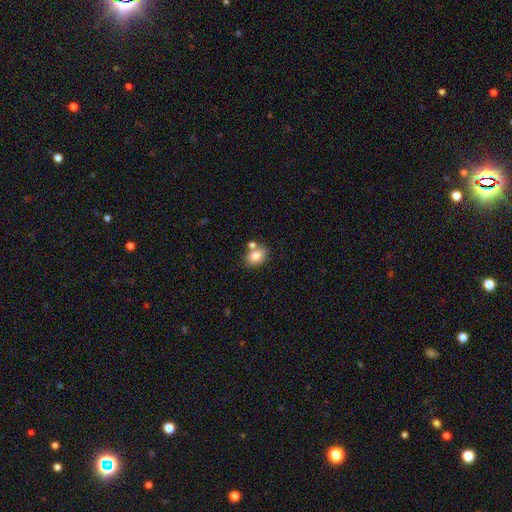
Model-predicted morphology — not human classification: Smooth or featured? Predicted: smooth (p=0.81). How rounded? Predicted: in between (p=0.70). Merging? Predicted: none (p=0.59).